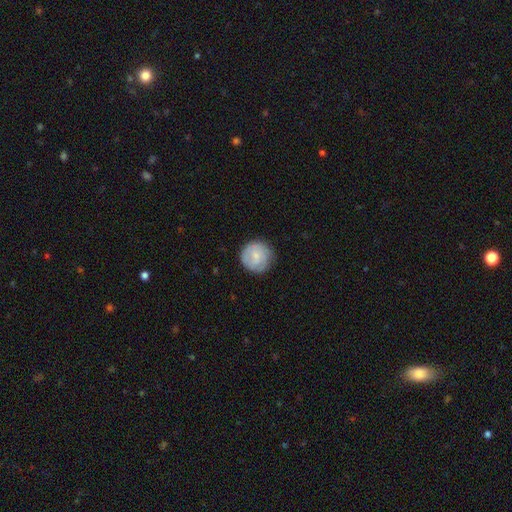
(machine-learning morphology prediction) smooth_or_featured: smooth (p=0.60) [alt: featured or disk p=0.34]
how_rounded: round (p=0.94) [alt: in between p=0.05]
merging: none (p=0.82) [alt: minor disturbance p=0.13]